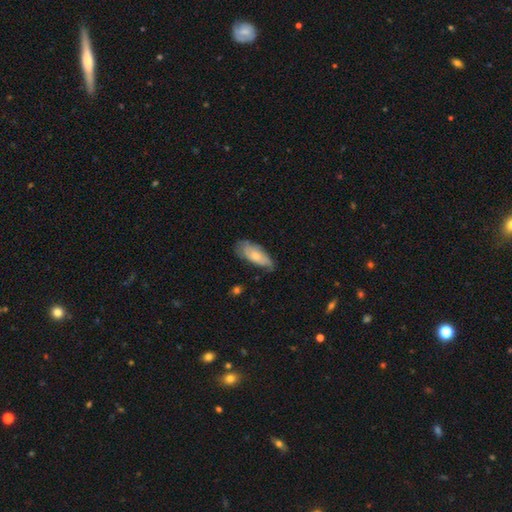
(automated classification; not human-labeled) A smooth galaxy with no disk features (60%) that is in between round and cigar-shaped (80%). Merging: none (58%).